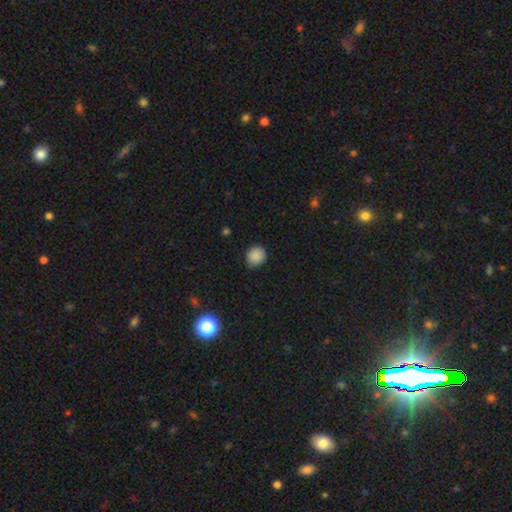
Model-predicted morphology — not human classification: Overall: smooth (88%). How rounded: round (82%). Merging: none (86%).